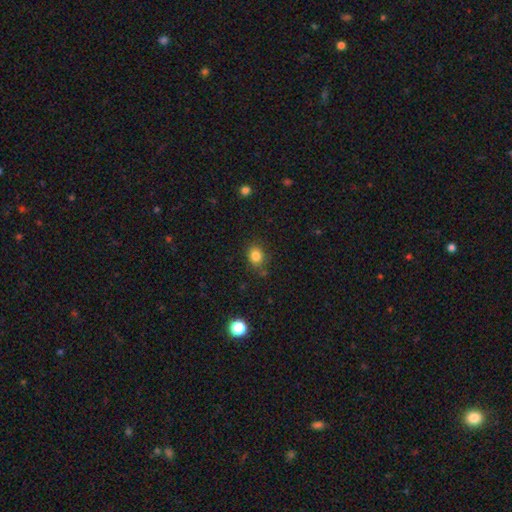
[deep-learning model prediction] Morphology: type=smooth (83%); roundness=round (65%); merging=none (78%).